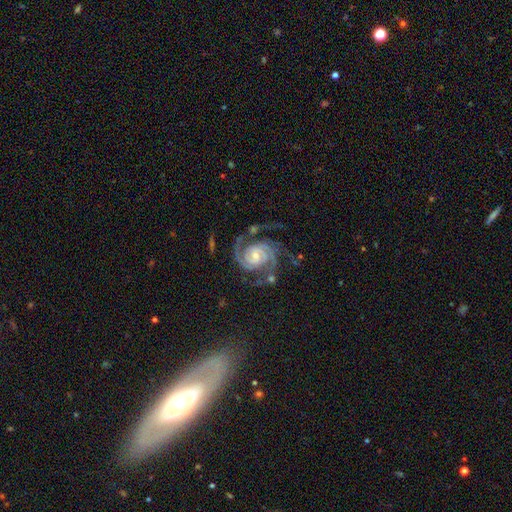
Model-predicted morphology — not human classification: Smooth or featured? featured or disk (93%)
Edge-on disk? no (98%)
Bar? weak (43%)
Spiral arms? yes (99%)
Spiral winding? tight (60%)
Spiral arm count? 2 (52%)
Bulge size? small (51%)
Merging? none (61%)